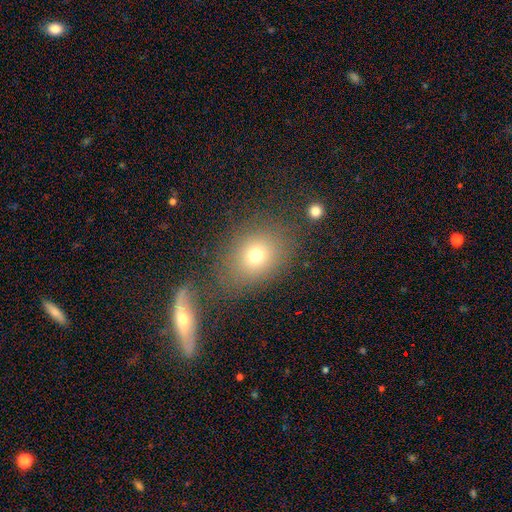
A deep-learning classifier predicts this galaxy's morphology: Smooth or featured? smooth (72%)
How rounded? in between (50%)
Merging? none (71%)